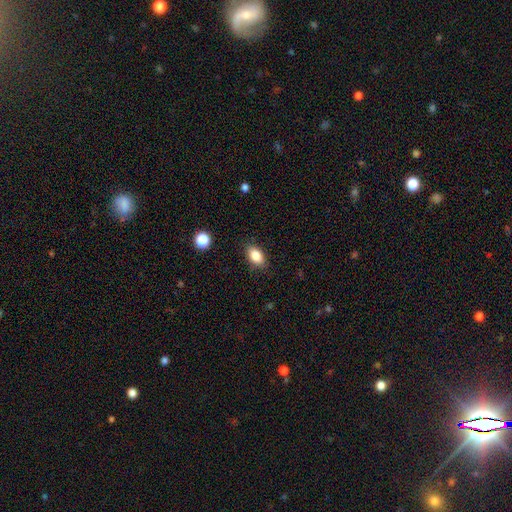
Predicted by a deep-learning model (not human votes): Smooth or featured? Predicted: smooth (p=0.84). How rounded? Predicted: in between (p=0.88). Merging? Predicted: none (p=0.85).